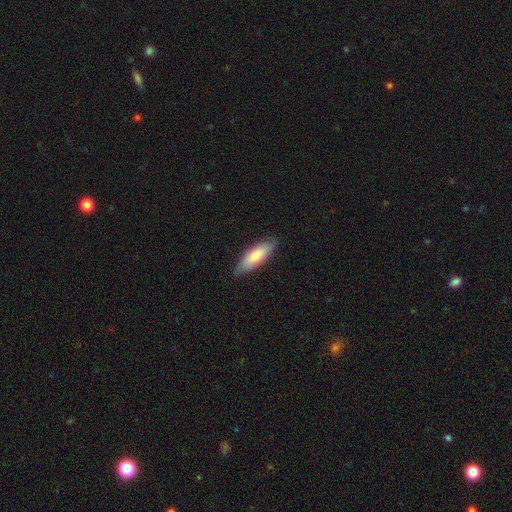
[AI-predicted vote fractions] This is likely a smooth galaxy (75%). How rounded: likely in between (62%). Merging: clearly none (80%).